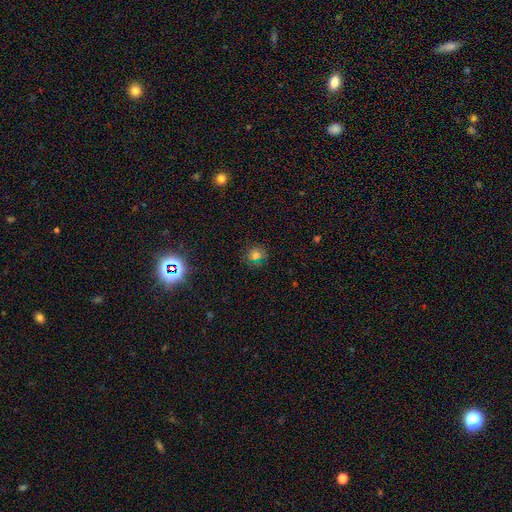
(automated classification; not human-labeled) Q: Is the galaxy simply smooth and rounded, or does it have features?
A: smooth — 66%.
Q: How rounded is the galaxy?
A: round — 84%.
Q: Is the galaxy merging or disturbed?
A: none — 83%.